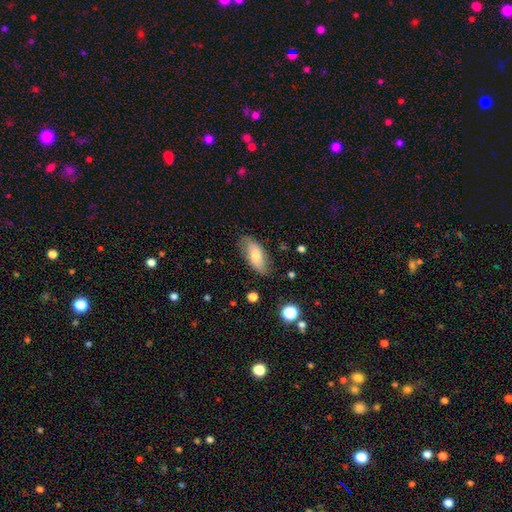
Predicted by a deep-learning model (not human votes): A smooth galaxy with no disk features (70%) that is in between round and cigar-shaped (87%). Merging: none (74%).